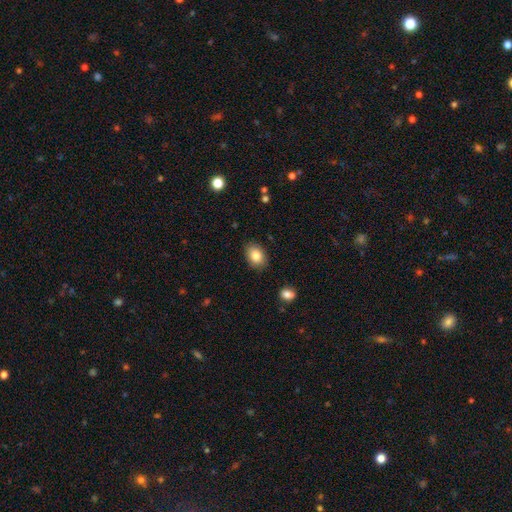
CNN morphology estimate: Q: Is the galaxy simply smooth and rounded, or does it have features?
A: smooth — 85%.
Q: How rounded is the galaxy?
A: in between — 77%.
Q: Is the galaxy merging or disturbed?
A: none — 85%.